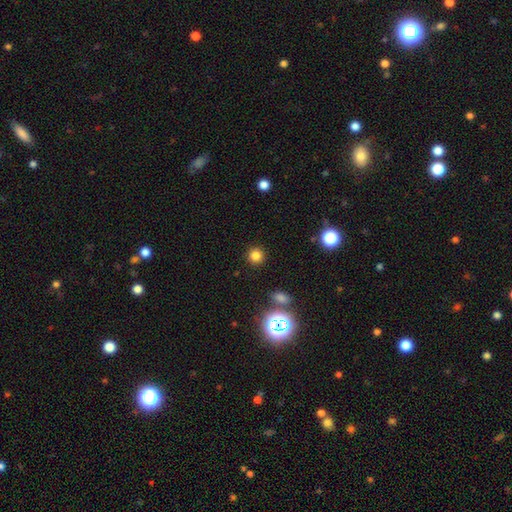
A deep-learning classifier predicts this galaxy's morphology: Smooth or featured? smooth (79%)
How rounded? round (94%)
Merging? none (91%)